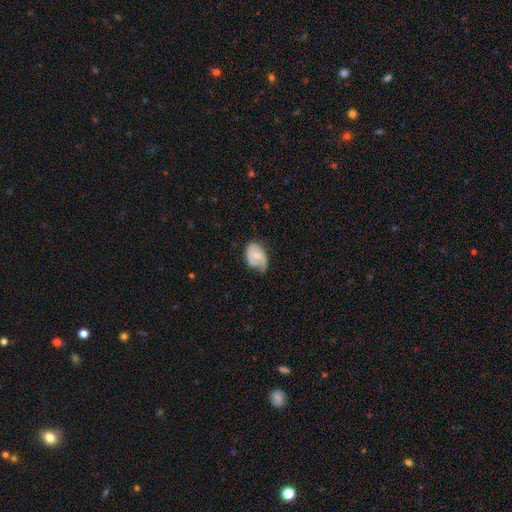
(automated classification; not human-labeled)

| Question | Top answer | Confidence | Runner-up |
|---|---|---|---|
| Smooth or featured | featured or disk | 60% | smooth (34%) |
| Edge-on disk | no | 96% | yes (4%) |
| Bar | no | 57% | weak (35%) |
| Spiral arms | yes | 80% | no (20%) |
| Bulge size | moderate | 48% | small (45%) |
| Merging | none | 48% | minor disturbance (36%) |